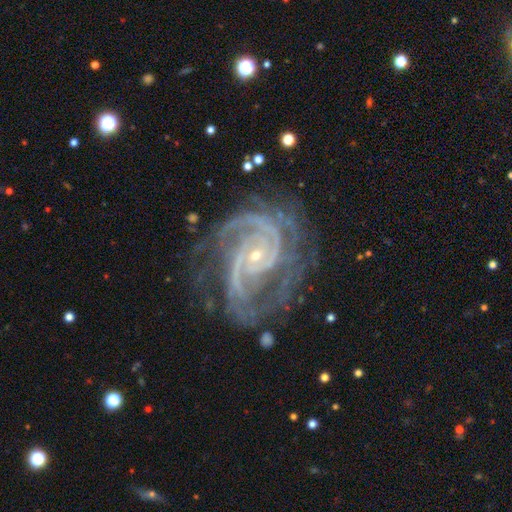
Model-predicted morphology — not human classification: Smooth or featured?
  - featured or disk: 92% *
  - star or artifact: 5%
  - smooth: 2%
Edge-on disk?
  - no: 98% *
  - yes: 2%
Bar?
  - no: 65% *
  - weak: 23%
  - strong: 12%
Spiral arms?
  - yes: 99% *
  - no: 1%
Spiral winding?
  - tight: 60% *
  - medium: 36%
  - loose: 5%
Spiral arm count?
  - 2: 43% *
  - 3: 23%
  - can't tell: 10%
  - 4: 10%
  - more than 4: 7%
  - 1: 6%
Bulge size?
  - small: 84% *
  - moderate: 13%
  - none: 1%
  - large: 1%
  - dominant: 1%
Merging?
  - none: 65% *
  - minor disturbance: 21%
  - major disturbance: 12%
  - merger: 2%